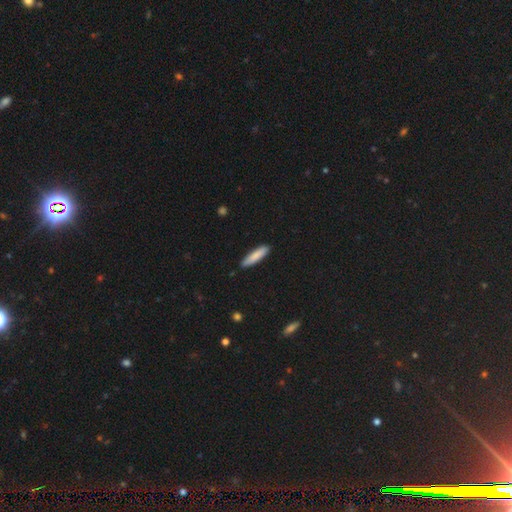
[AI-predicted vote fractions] Q: Smooth or featured?
A: smooth (85%); runner-up: featured or disk (10%)
Q: How rounded?
A: cigar-shaped (78%); runner-up: in between (21%)
Q: Merging?
A: none (89%); runner-up: minor disturbance (9%)